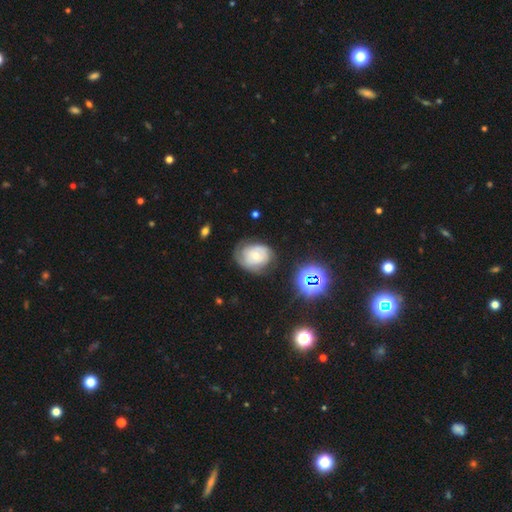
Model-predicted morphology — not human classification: This is possibly a featured or disk galaxy (54%). It is clearly not viewed edge-on (96%). Bar: likely no (78%). Spiral arm pattern: likely yes (74%). Central bulge: possibly small (48%). Merging: possibly none (55%).